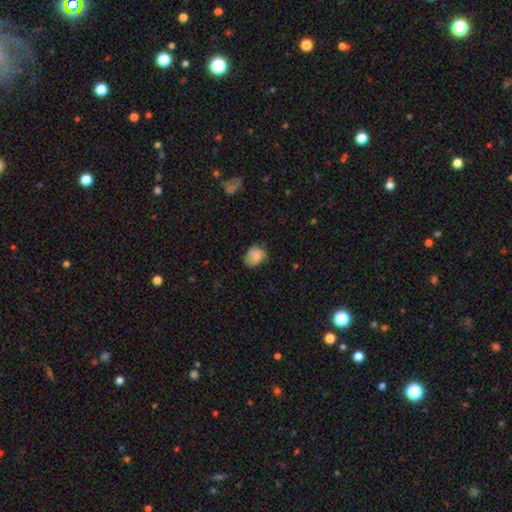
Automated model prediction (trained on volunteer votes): A smooth galaxy with no disk features (81%) that is in between round and cigar-shaped (62%).

Vote fractions:
- Smooth or featured? smooth: 81% / featured or disk: 11% / star or artifact: 8%
- How rounded? in between: 62% / round: 37% / cigar-shaped: 1%
- Merging? none: 58% / minor disturbance: 32% / major disturbance: 8% / merger: 2%